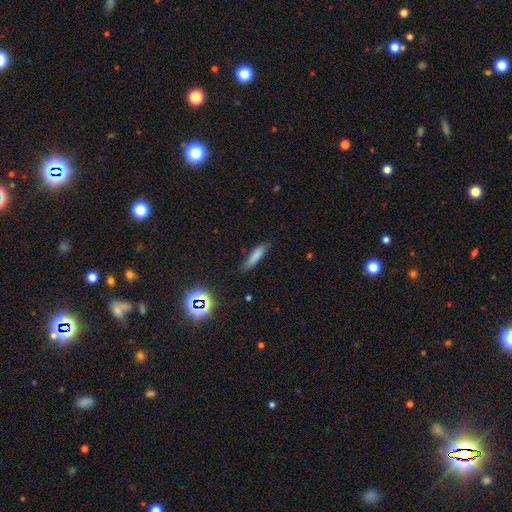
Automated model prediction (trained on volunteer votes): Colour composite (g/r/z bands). It shows a smooth galaxy with no disk features (78%) that is cigar-shaped (77%). Merging: none (74%).